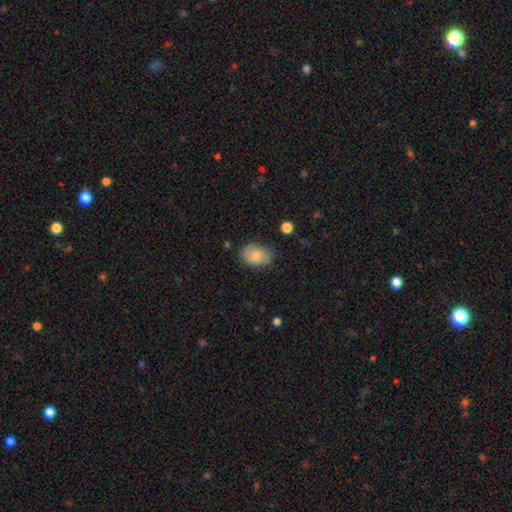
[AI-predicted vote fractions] Smooth or featured? smooth (72%)
How rounded? in between (79%)
Merging? none (65%)